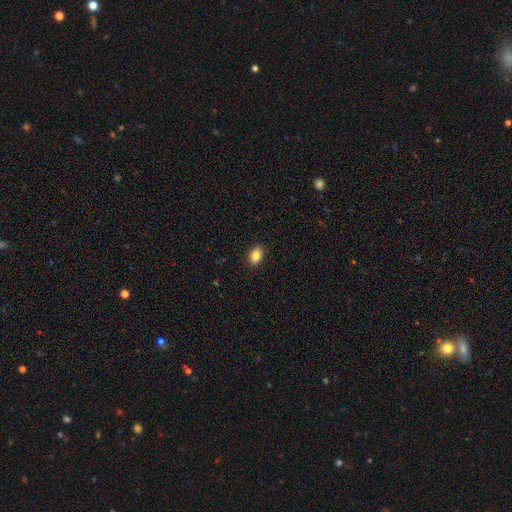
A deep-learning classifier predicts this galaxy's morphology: Q: Smooth or featured?
A: smooth (86%); runner-up: star or artifact (9%)
Q: How rounded?
A: in between (81%); runner-up: round (18%)
Q: Merging?
A: none (89%); runner-up: minor disturbance (8%)